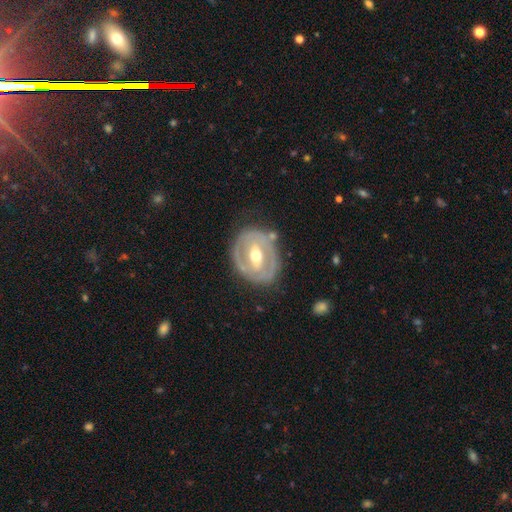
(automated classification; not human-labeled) Smooth or featured?
  - featured or disk: 75% *
  - smooth: 20%
  - star or artifact: 5%
Edge-on disk?
  - no: 94% *
  - yes: 6%
Bar?
  - strong: 40% *
  - weak: 37%
  - no: 23%
Spiral arms?
  - no: 54% *
  - yes: 46%
Bulge size?
  - moderate: 74% *
  - small: 19%
  - large: 5%
  - dominant: 1%
  - none: 1%
Merging?
  - none: 73% *
  - minor disturbance: 17%
  - major disturbance: 6%
  - merger: 3%